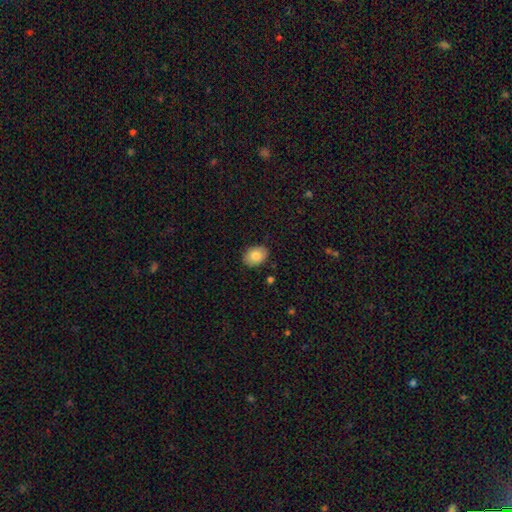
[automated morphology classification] A smooth galaxy with no disk features (81%) that is in between round and cigar-shaped (76%). Merging: none (88%).